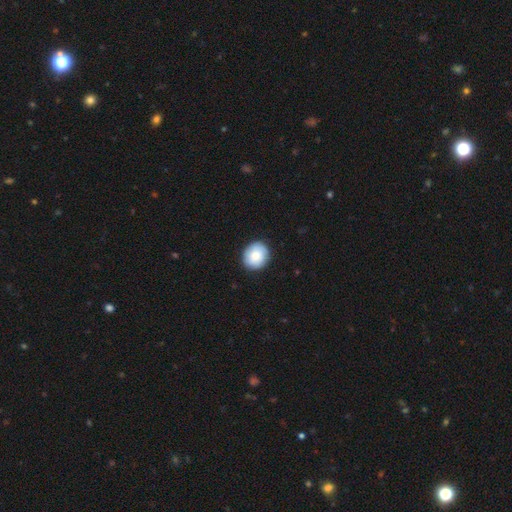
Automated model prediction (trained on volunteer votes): Smooth or featured?
  - smooth: 81% *
  - featured or disk: 13%
  - star or artifact: 7%
How rounded?
  - round: 77% *
  - in between: 22%
  - cigar-shaped: 1%
Merging?
  - none: 88% *
  - minor disturbance: 9%
  - major disturbance: 2%
  - merger: 1%